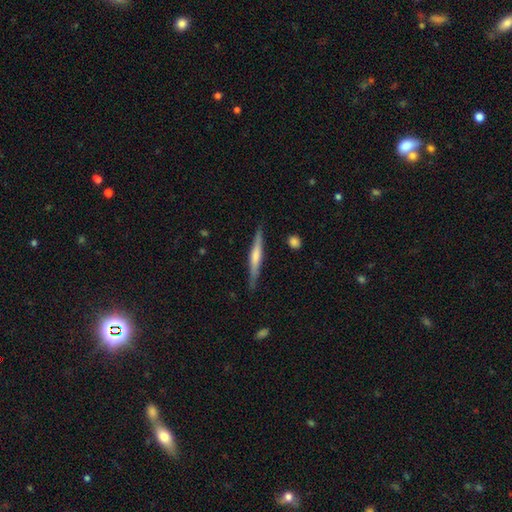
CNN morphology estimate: A featured or disk galaxy (55%) viewed edge-on (97%) with a rounded central bulge (50%). Merging: none (87%).